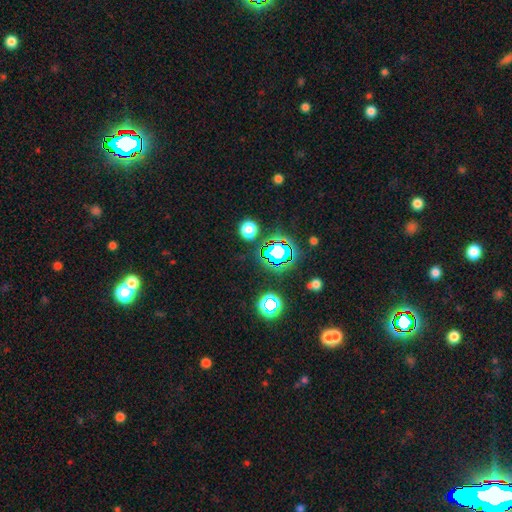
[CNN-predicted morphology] Smooth or featured?
  - star or artifact: 75% *
  - smooth: 17%
  - featured or disk: 8%